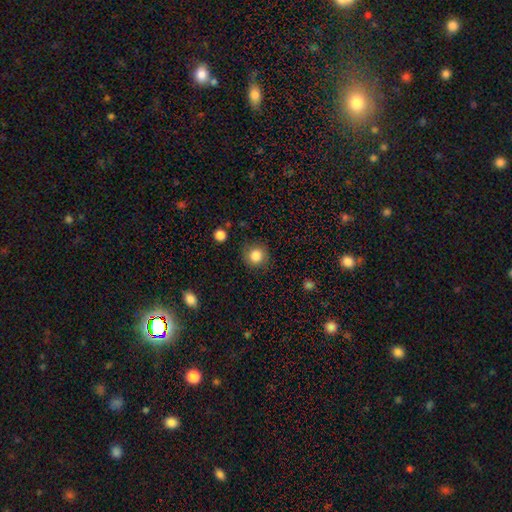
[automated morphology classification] type=smooth (84%); roundness=round (90%); merging=none (86%).